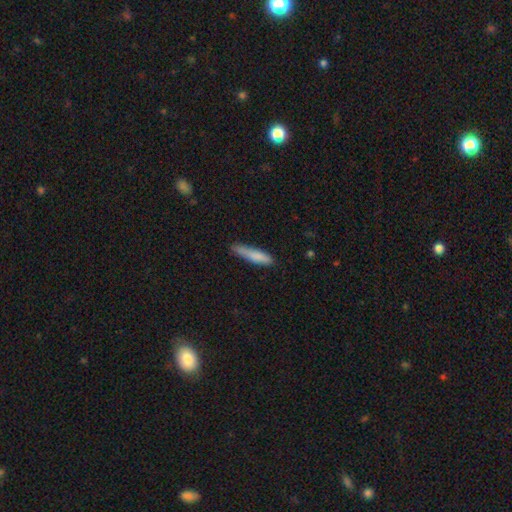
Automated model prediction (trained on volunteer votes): A smooth galaxy with no disk features (81%) that is cigar-shaped (86%). Merging: none (72%).